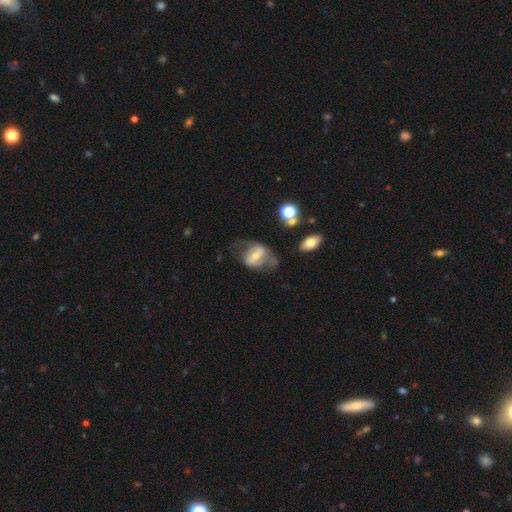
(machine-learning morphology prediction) This is likely a featured or disk galaxy (61%). It is clearly not viewed edge-on (94%). Bar: possibly strong (46%). Spiral arm pattern: likely yes (64%). Central bulge: possibly small (45%, tied with moderate). Merging: possibly none (45%).